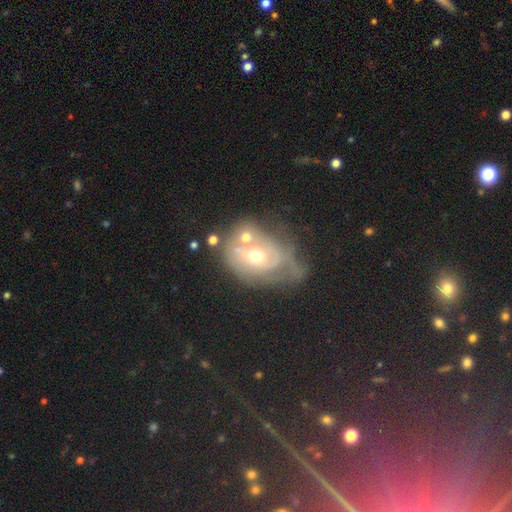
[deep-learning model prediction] Smooth or featured?
  - featured or disk: 61% *
  - smooth: 26%
  - star or artifact: 13%
Edge-on disk?
  - no: 95% *
  - yes: 5%
Bar?
  - no: 73% *
  - weak: 22%
  - strong: 6%
Spiral arms?
  - yes: 55% *
  - no: 45%
Bulge size?
  - moderate: 64% *
  - small: 28%
  - large: 5%
  - none: 2%
  - dominant: 1%
Merging?
  - merger: 28% * (tied)
  - none: 28% * (tied)
  - minor disturbance: 23%
  - major disturbance: 22%